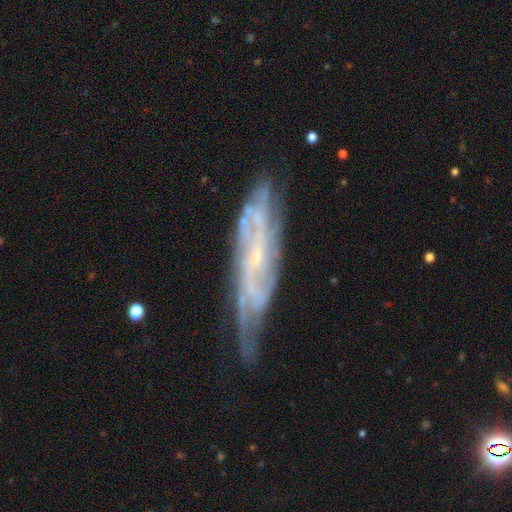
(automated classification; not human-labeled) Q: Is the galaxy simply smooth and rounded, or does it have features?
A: featured or disk — 84%.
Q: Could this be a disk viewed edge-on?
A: no — 77%.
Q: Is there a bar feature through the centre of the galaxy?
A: no — 51%.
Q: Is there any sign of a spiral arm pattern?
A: yes — 94%.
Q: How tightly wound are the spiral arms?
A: tight — 52%.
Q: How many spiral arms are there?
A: can't tell — 36%.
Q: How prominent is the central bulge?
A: small — 79%.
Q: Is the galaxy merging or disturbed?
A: none — 67%.